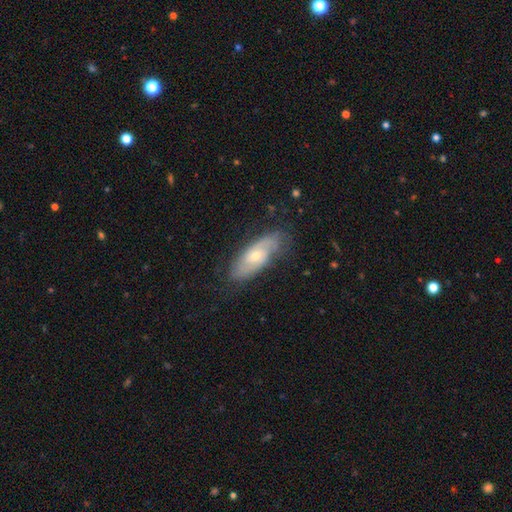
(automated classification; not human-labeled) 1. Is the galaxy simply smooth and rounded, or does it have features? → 64% featured or disk, 29% smooth, 7% star or artifact.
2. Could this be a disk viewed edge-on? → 84% no, 16% yes.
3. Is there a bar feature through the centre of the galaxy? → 74% no, 23% weak, 4% strong.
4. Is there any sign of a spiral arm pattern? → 82% yes, 18% no.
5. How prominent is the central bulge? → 52% small, 44% moderate, 2% large, 1% none, 1% dominant.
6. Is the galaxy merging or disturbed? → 73% none, 20% minor disturbance, 6% major disturbance, 1% merger.